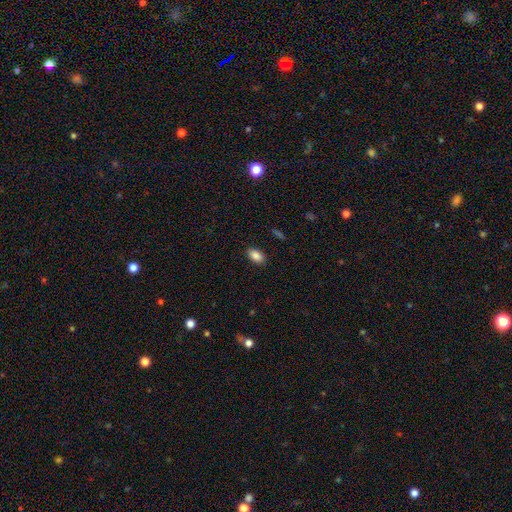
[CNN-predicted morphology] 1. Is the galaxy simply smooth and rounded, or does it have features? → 87% smooth, 8% star or artifact, 5% featured or disk.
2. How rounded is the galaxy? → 91% in between, 7% round, 2% cigar-shaped.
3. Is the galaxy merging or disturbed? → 88% none, 9% minor disturbance, 2% major disturbance, 1% merger.